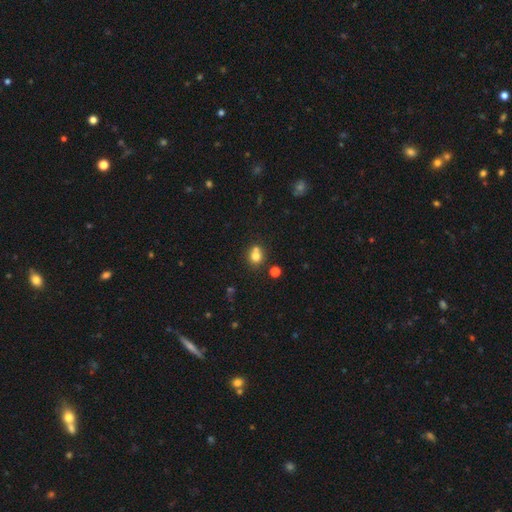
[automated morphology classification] smooth 74%, star or artifact 14%, featured or disk 12%. Down the decision tree: how rounded — round (77%); merging — none (48%).